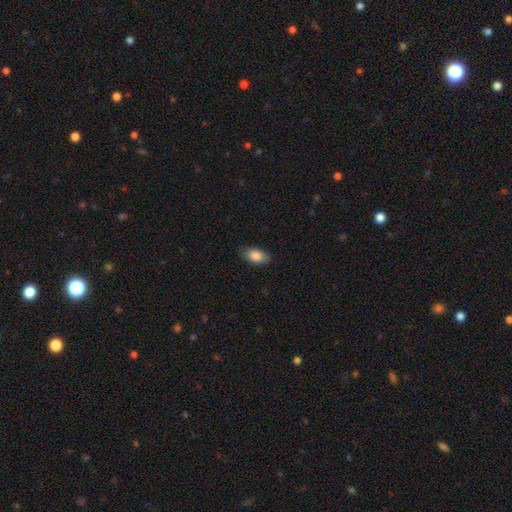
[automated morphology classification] Smooth or featured? smooth (86%)
How rounded? in between (91%)
Merging? none (84%)